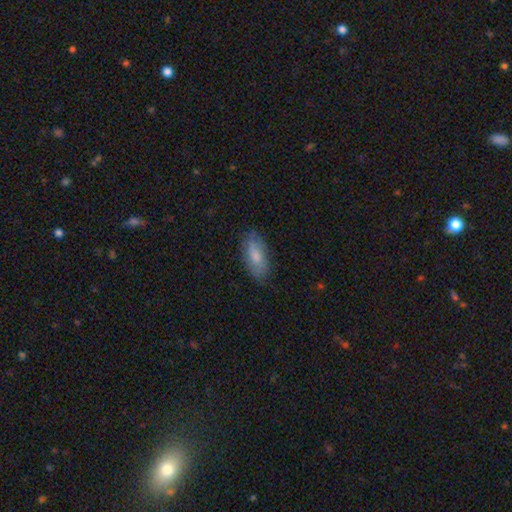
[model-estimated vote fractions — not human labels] Smooth or featured?
  - smooth: 74% *
  - featured or disk: 20%
  - star or artifact: 6%
How rounded?
  - in between: 83% *
  - cigar-shaped: 14%
  - round: 3%
Merging?
  - none: 77% *
  - minor disturbance: 17%
  - major disturbance: 4%
  - merger: 1%